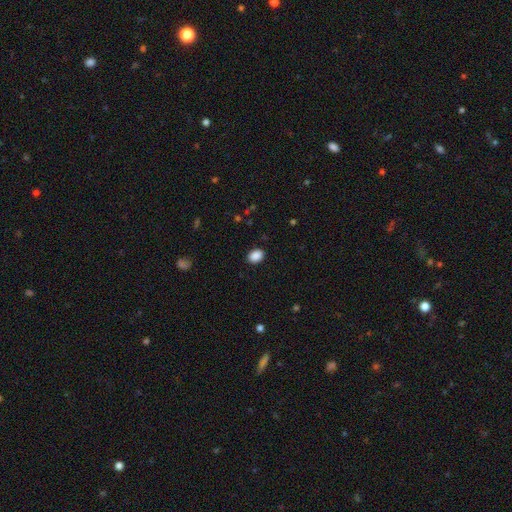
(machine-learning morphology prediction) smooth 89%, star or artifact 8%, featured or disk 3%. Down the decision tree: how rounded — in between (74%); merging — none (89%).